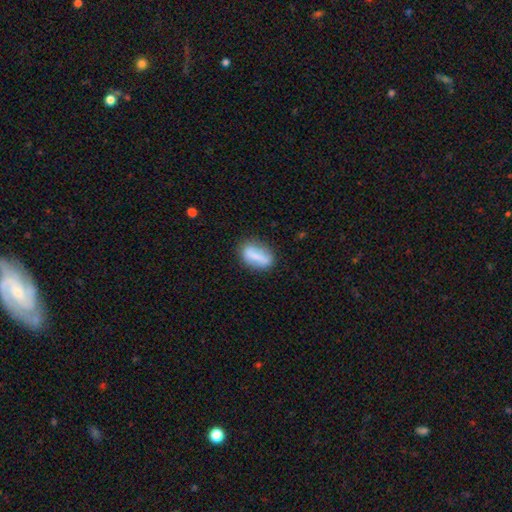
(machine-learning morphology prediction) smooth 71%, featured or disk 21%, star or artifact 8%. Down the decision tree: how rounded — in between (77%); merging — none (72%).